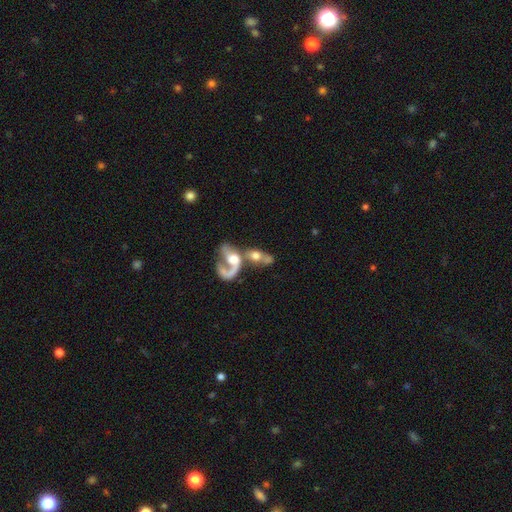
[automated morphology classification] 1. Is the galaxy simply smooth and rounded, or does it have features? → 53% featured or disk, 37% smooth, 10% star or artifact.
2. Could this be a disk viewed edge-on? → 93% no, 7% yes.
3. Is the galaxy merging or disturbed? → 74% merger, 12% major disturbance, 9% none, 4% minor disturbance.